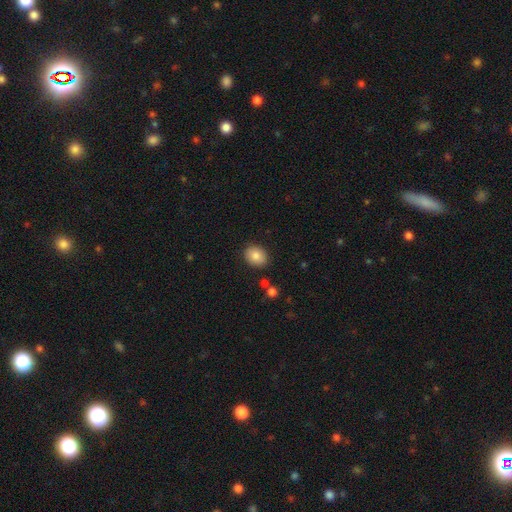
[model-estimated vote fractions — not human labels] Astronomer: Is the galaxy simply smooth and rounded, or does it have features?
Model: smooth — 84%.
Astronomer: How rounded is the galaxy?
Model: in between — 54% (runner-up: round, 45%).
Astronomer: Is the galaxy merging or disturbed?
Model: none — 87%.